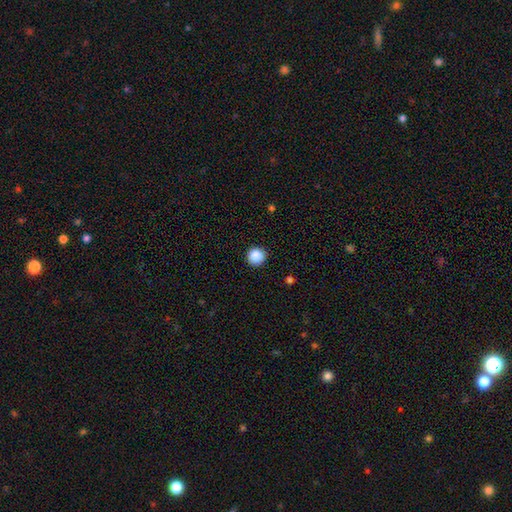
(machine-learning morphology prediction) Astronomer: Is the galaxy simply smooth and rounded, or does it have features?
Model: smooth — 88%.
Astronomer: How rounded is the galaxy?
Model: round — 95%.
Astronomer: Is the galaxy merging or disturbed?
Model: none — 90%.